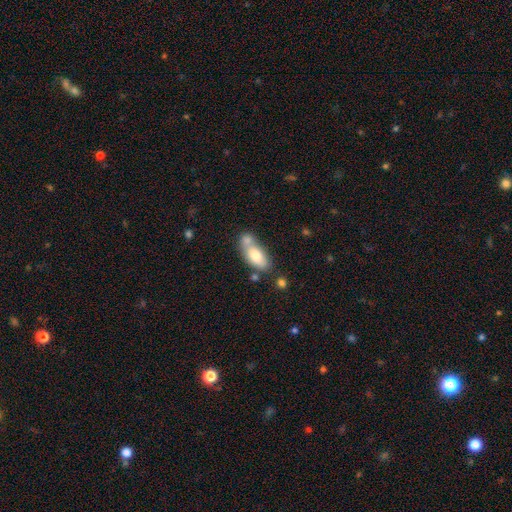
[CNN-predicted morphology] This appears to be a smooth galaxy with no disk features (73%) that is in between round and cigar-shaped (86%). Merging: merger (41%).